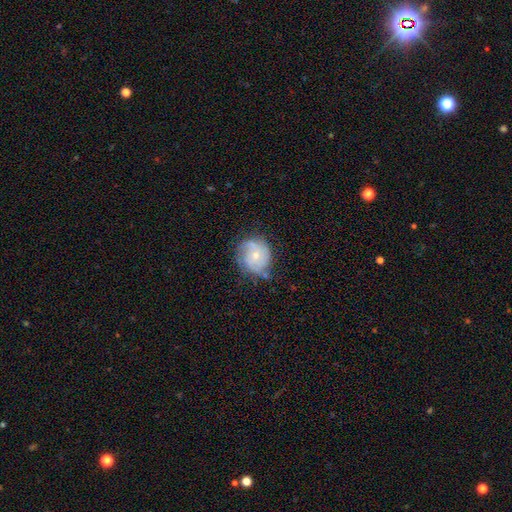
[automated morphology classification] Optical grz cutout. It shows a featured or disk galaxy (66%) with no bar (79%), 2 (32%) tight (51%) spiral arms (86%) and a small central bulge (60%). Merging: none (63%).